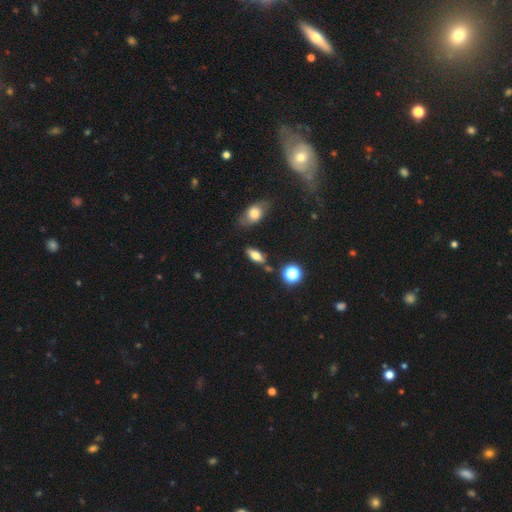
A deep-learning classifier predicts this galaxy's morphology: Smooth or featured?
  - smooth: 62% *
  - featured or disk: 27%
  - star or artifact: 11%
How rounded?
  - in between: 69% *
  - cigar-shaped: 23%
  - round: 8%
Merging?
  - none: 77% *
  - minor disturbance: 13%
  - merger: 6%
  - major disturbance: 4%